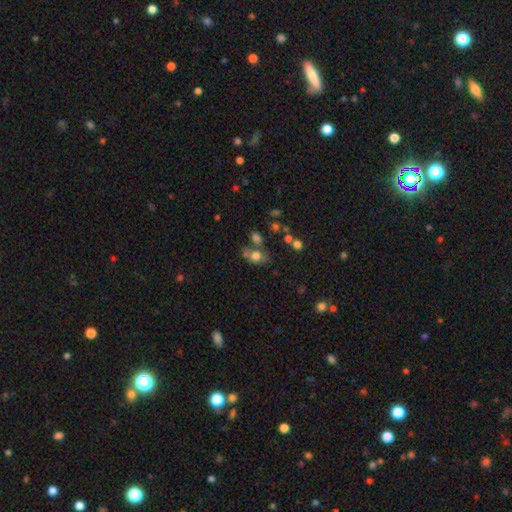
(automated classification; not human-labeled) This appears to be a smooth galaxy with no disk features (71%) that is in between round and cigar-shaped (54%). Merging: none (48%).